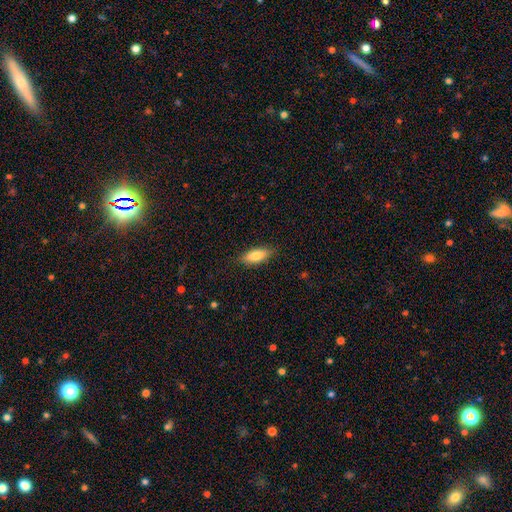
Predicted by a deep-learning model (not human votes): This appears to be a smooth galaxy with no disk features (81%) that is in between round and cigar-shaped (72%). Merging: none (85%).